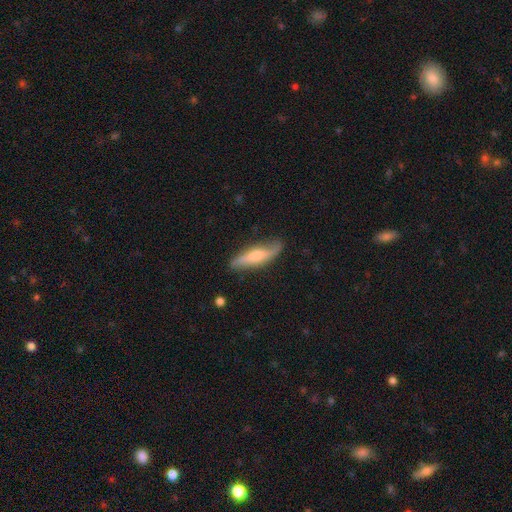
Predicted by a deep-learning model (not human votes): This is possibly a smooth galaxy (48%). Merging: likely none (76%).